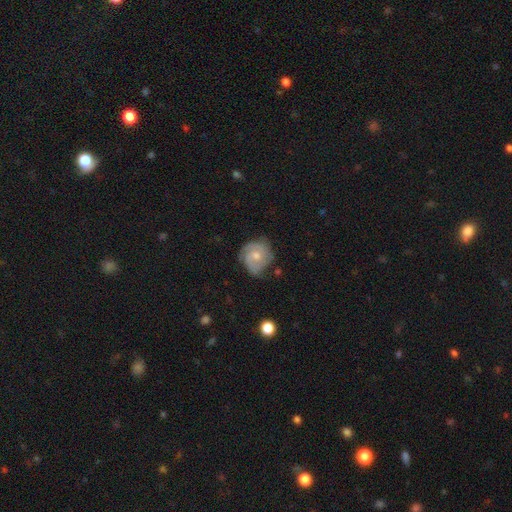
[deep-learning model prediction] Smooth or featured? Predicted: featured or disk (p=0.71). Edge-on disk? Predicted: no (p=0.98). Bar? Predicted: no (p=0.70). Spiral arms? Predicted: yes (p=0.92). Spiral winding? Predicted: tight (p=0.55). Spiral arm count? Predicted: 2 (p=0.41). Bulge size? Predicted: moderate (p=0.58). Merging? Predicted: none (p=0.62).